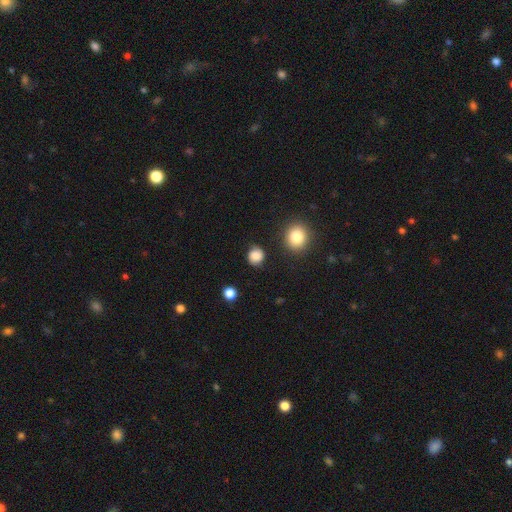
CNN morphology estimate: A smooth galaxy with no disk features (82%) that is round (85%).

Vote fractions:
- Smooth or featured? smooth: 82% / star or artifact: 11% / featured or disk: 6%
- How rounded? round: 85% / in between: 14% / cigar-shaped: 1%
- Merging? none: 81% / minor disturbance: 13% / major disturbance: 4% / merger: 2%